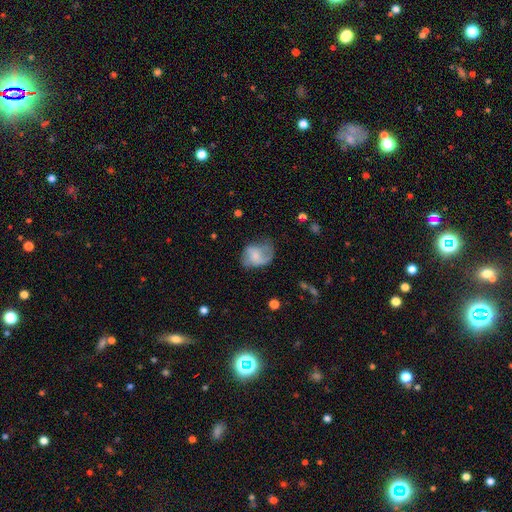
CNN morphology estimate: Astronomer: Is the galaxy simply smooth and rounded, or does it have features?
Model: smooth — 53% (runner-up: featured or disk, 39%).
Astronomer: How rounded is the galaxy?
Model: in between — 65%.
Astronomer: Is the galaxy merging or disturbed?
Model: none — 41% (runner-up: minor disturbance, 32%).